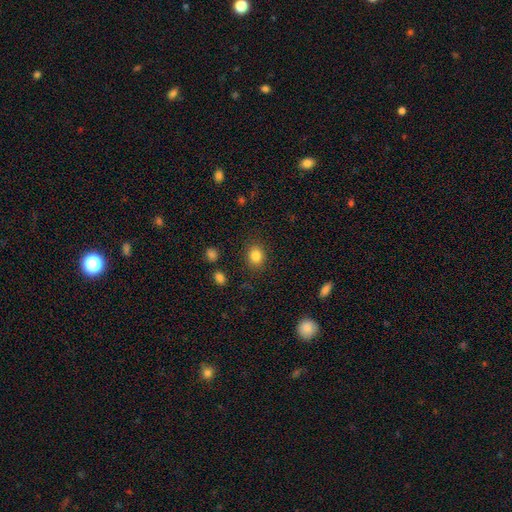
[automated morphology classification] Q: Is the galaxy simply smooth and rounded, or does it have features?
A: smooth — 84%.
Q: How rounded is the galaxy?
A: round — 54%.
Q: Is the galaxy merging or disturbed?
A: none — 86%.